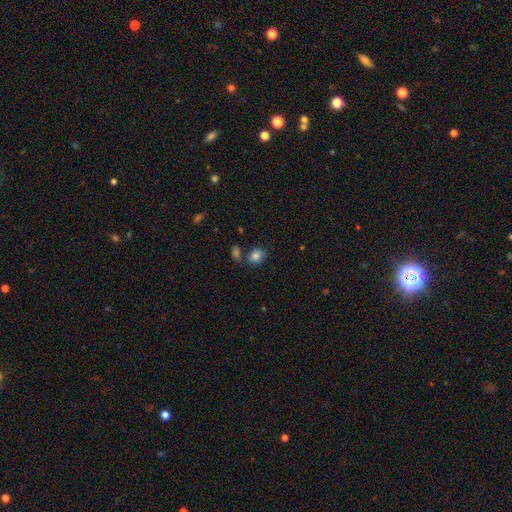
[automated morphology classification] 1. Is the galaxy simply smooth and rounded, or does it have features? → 83% smooth, 11% star or artifact, 6% featured or disk.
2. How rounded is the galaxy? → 55% round, 44% in between, 1% cigar-shaped.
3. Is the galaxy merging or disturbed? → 66% none, 16% merger, 14% minor disturbance, 5% major disturbance.